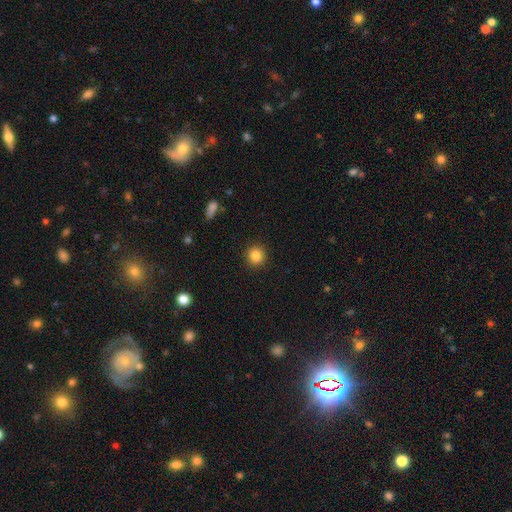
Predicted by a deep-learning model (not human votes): Q: Smooth or featured?
A: smooth (85%); runner-up: star or artifact (10%)
Q: How rounded?
A: round (93%); runner-up: in between (6%)
Q: Merging?
A: none (92%); runner-up: minor disturbance (5%)